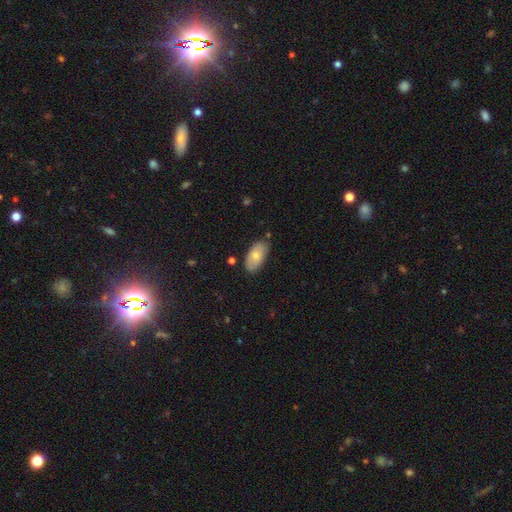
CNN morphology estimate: Smooth or featured? Predicted: smooth (p=0.74). How rounded? Predicted: in between (p=0.94). Merging? Predicted: none (p=0.77).